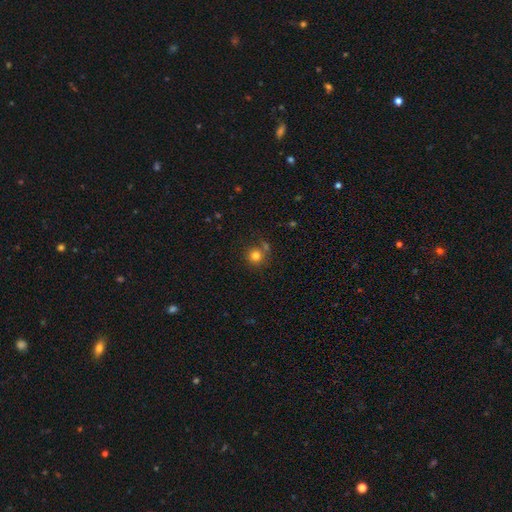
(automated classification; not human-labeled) smooth-or-featured: smooth: 79% | star or artifact: 13% | featured or disk: 8%
  how-rounded: round: 92% | in between: 7% | cigar-shaped: 1%
  merging: none: 70% | merger: 15% | minor disturbance: 11% | major disturbance: 5%